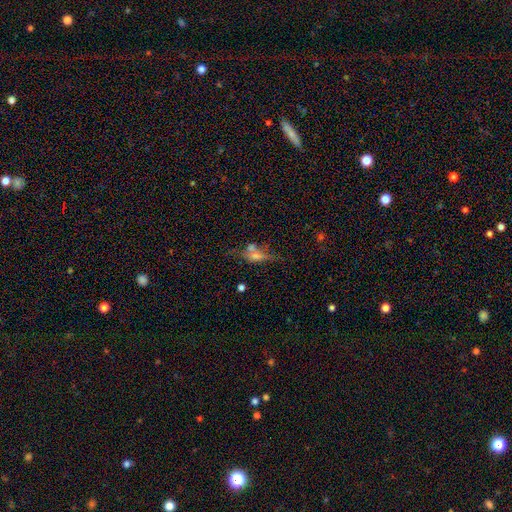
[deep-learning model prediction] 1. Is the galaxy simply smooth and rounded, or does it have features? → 49% featured or disk, 32% smooth, 19% star or artifact.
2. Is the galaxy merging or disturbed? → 55% none, 18% minor disturbance, 17% merger, 11% major disturbance.